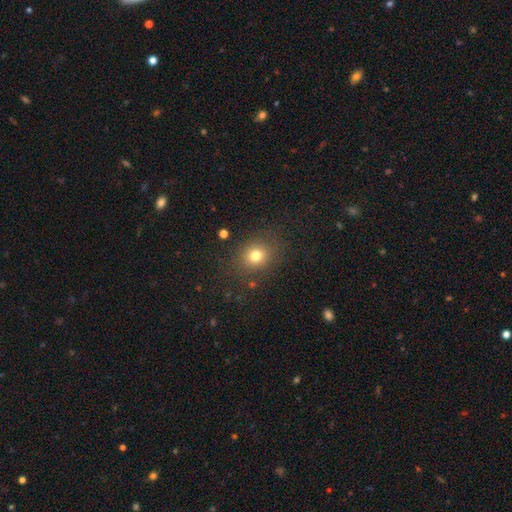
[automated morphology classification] smooth_or_featured: smooth (p=0.77) [alt: star or artifact p=0.15]
how_rounded: round (p=0.73) [alt: in between p=0.26]
merging: none (p=0.83) [alt: minor disturbance p=0.10]